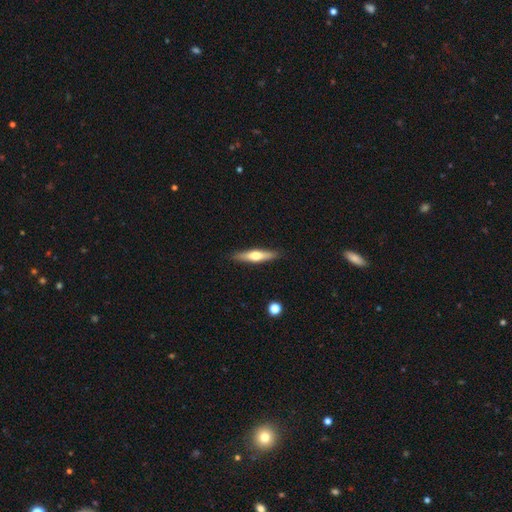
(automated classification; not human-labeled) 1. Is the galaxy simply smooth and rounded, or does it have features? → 48% featured or disk, 46% smooth, 6% star or artifact.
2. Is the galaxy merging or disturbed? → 90% none, 8% minor disturbance, 2% major disturbance, 1% merger.